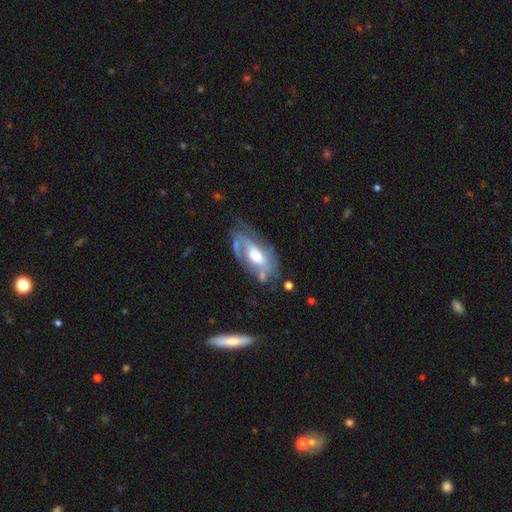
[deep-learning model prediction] featured or disk 74%, smooth 20%, star or artifact 6%. Down the decision tree: edge-on disk — no (91%); bar — no (58%); spiral arms — yes (78%); spiral arm count — 2 (41%); spiral winding — medium (41%); bulge size — moderate (51%); merging — none (45%).